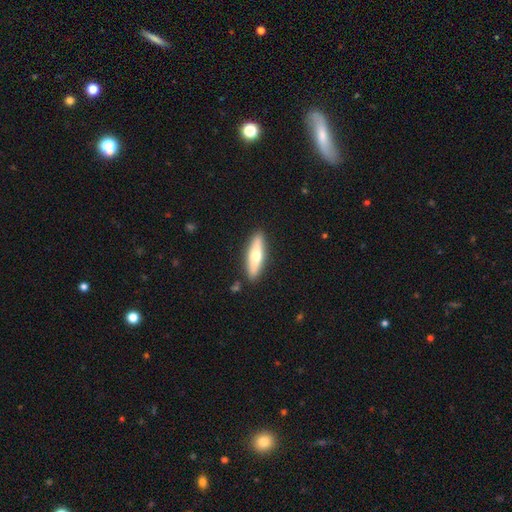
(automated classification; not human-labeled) Smooth or featured? smooth (50%)
Merging? none (88%)